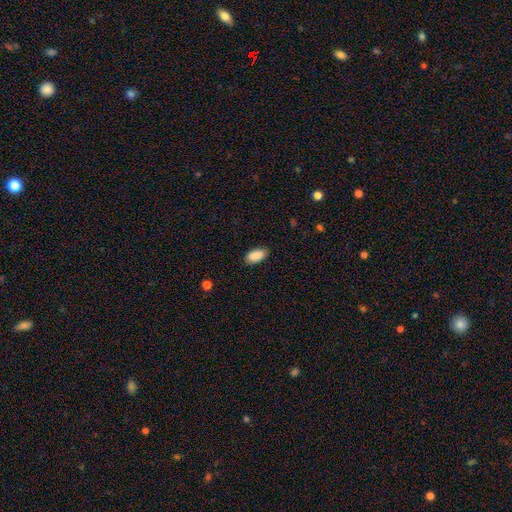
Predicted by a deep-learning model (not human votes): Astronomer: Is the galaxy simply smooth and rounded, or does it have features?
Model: smooth — 90%.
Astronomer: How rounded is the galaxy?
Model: in between — 94%.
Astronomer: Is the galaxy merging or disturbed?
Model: none — 85%.